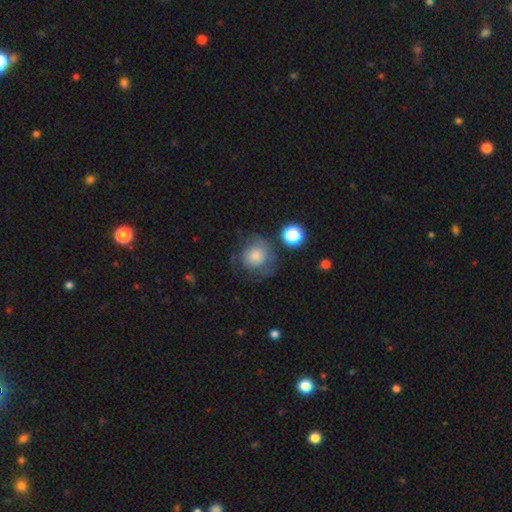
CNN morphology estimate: A smooth galaxy with no disk features (62%) that is round (85%). Merging: none (55%).